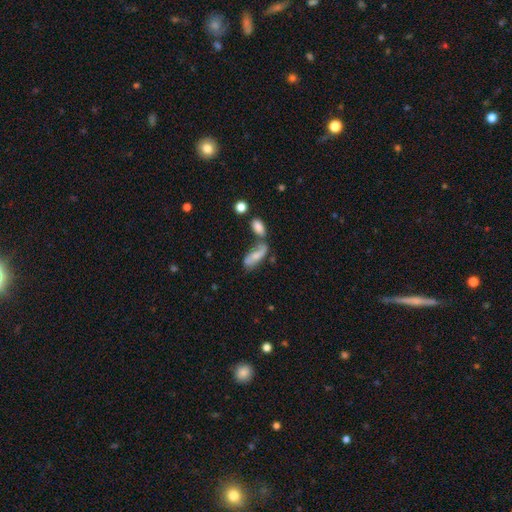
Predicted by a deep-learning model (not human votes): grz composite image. It shows a smooth galaxy with no disk features (56%) that is in between round and cigar-shaped (69%). Merging: merger (36%, tied with none).